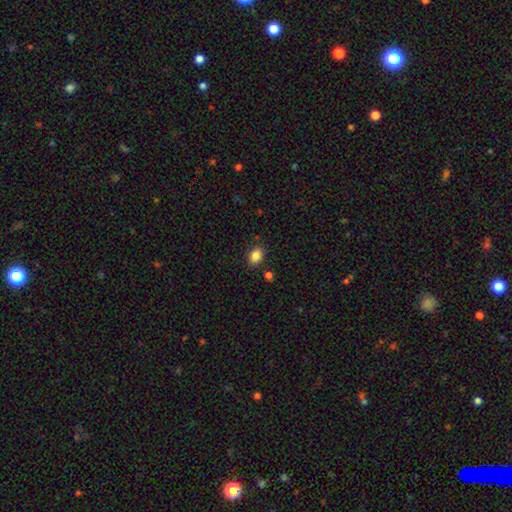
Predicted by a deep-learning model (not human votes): Smooth or featured?
  - smooth: 86% *
  - star or artifact: 9%
  - featured or disk: 5%
How rounded?
  - in between: 76% *
  - round: 22%
  - cigar-shaped: 1%
Merging?
  - none: 85% *
  - minor disturbance: 10%
  - merger: 3%
  - major disturbance: 3%